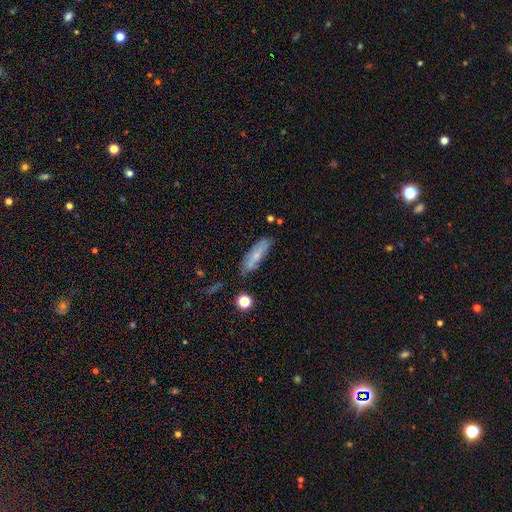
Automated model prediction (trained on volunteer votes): Overall: smooth (56%; featured or disk 36%). How rounded: cigar-shaped (55%; in between 42%). Merging: none (76%).